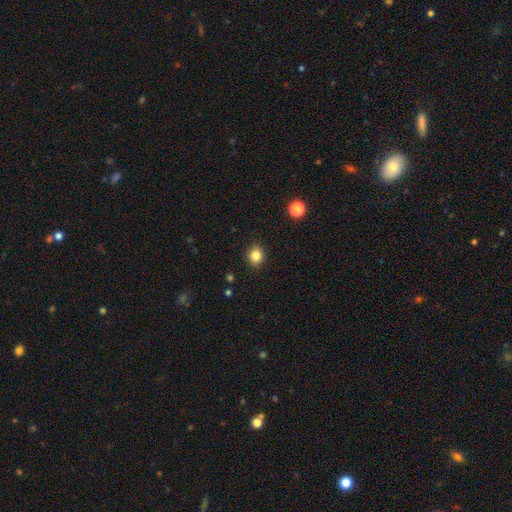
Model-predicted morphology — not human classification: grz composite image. It shows a smooth galaxy with no disk features (84%) that is round (78%). Merging: none (91%).